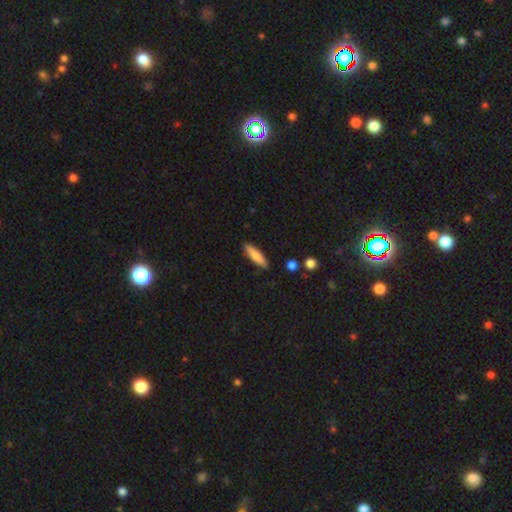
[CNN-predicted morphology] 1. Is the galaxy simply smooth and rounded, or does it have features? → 78% smooth, 16% featured or disk, 6% star or artifact.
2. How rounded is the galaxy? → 72% cigar-shaped, 27% in between, 2% round.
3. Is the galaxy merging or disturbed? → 88% none, 9% minor disturbance, 2% major disturbance, 2% merger.